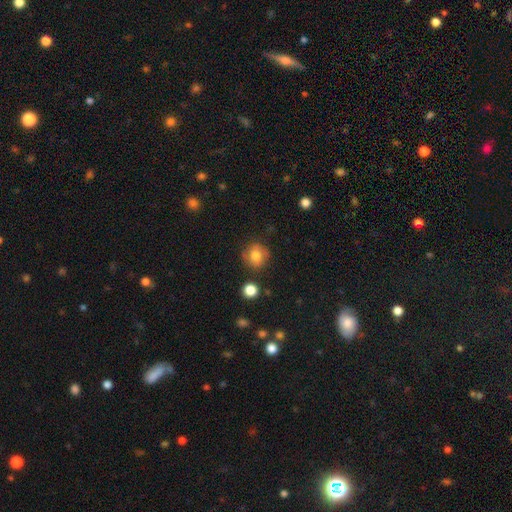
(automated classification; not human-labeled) Morphology: type=smooth (74%); roundness=round (85%); merging=none (77%).